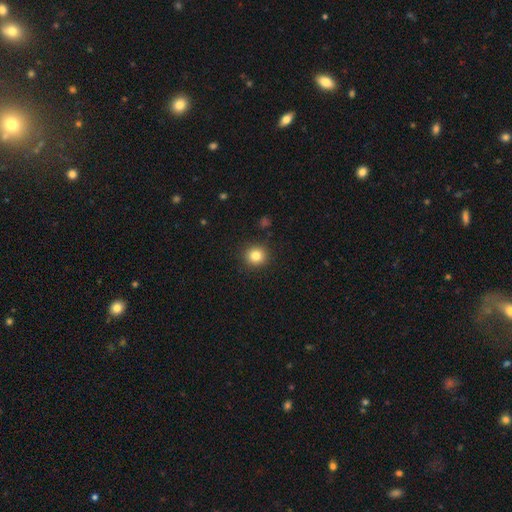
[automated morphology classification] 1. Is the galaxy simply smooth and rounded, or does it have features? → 82% smooth, 11% star or artifact, 6% featured or disk.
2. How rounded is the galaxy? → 92% round, 7% in between, 1% cigar-shaped.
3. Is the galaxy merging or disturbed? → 91% none, 6% minor disturbance, 2% major disturbance, 1% merger.